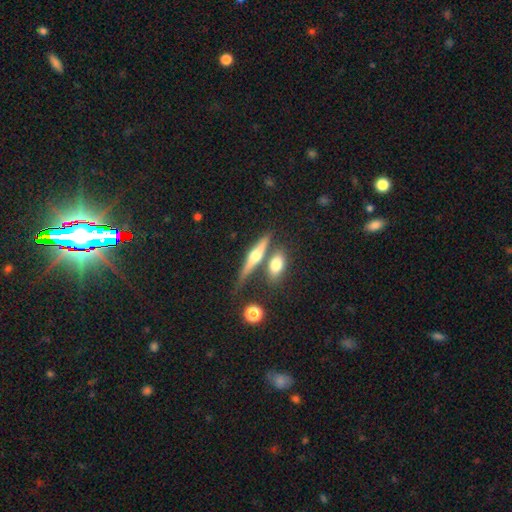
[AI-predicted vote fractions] This appears to be a featured or disk galaxy (59%) viewed edge-on (92%) with a rounded central bulge (92%). Merging: none (61%).